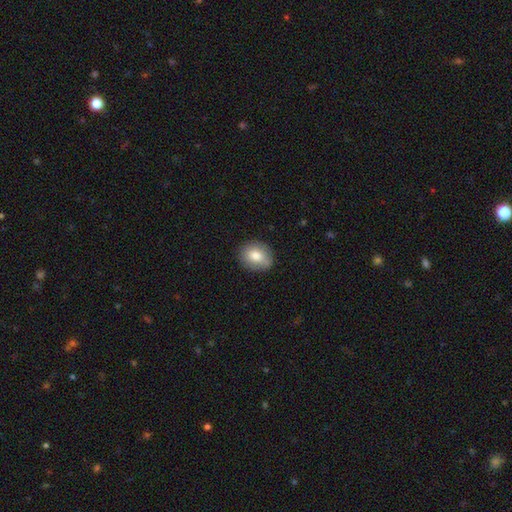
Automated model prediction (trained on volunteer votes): A smooth galaxy with no disk features (79%) that is round (61%). Merging: none (82%).